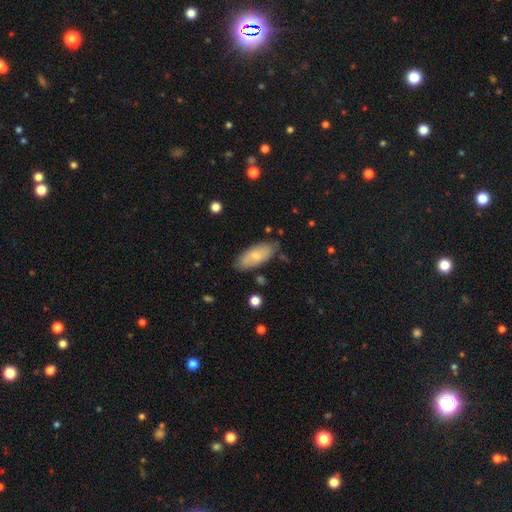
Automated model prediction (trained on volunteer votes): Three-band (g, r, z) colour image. It shows a smooth galaxy with no disk features (66%) that is in between round and cigar-shaped (86%). Merging: none (79%).